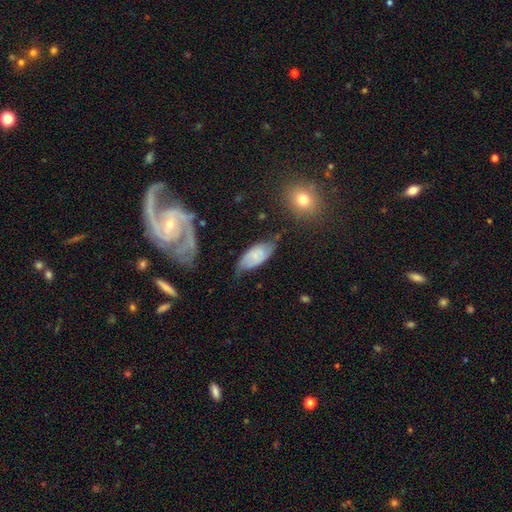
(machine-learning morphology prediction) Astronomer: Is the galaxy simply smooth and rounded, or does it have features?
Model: smooth — 46%, tied with featured or disk at 46%.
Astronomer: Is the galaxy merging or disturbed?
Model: none — 53% (runner-up: minor disturbance, 32%).